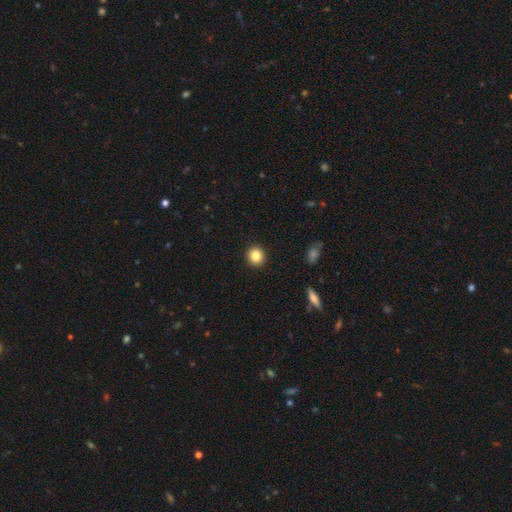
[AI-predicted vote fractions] This is clearly a smooth galaxy (84%). How rounded: clearly round (91%). Merging: clearly none (93%).